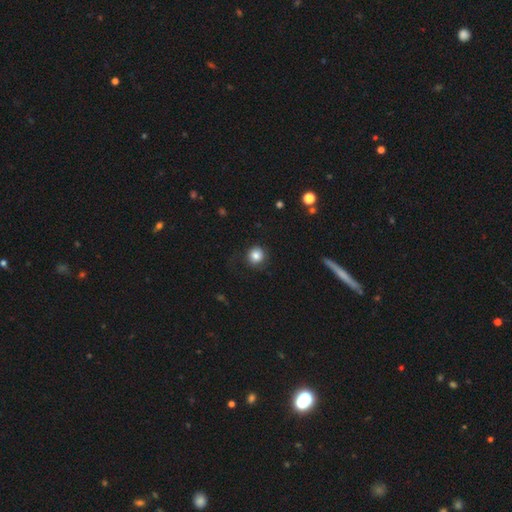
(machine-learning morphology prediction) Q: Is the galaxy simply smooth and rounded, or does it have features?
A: smooth — 82%.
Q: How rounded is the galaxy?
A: round — 90%.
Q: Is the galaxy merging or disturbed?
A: none — 78%.